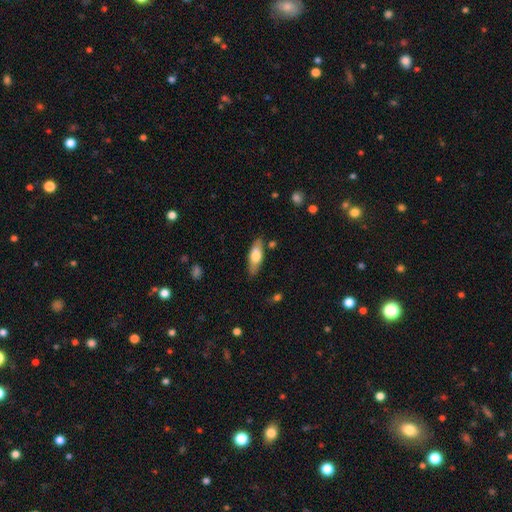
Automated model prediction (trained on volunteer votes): The model was most divided on "how rounded": in between: 65%, cigar-shaped: 32%, round: 2%. More confident: merging — none (81%); smooth or featured — smooth (64%).